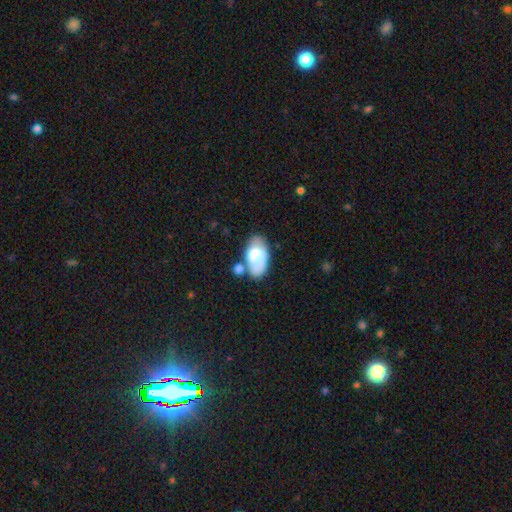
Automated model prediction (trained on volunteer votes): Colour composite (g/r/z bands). It shows a smooth galaxy with no disk features (64%) that is in between round and cigar-shaped (94%). Merging: none (40%).